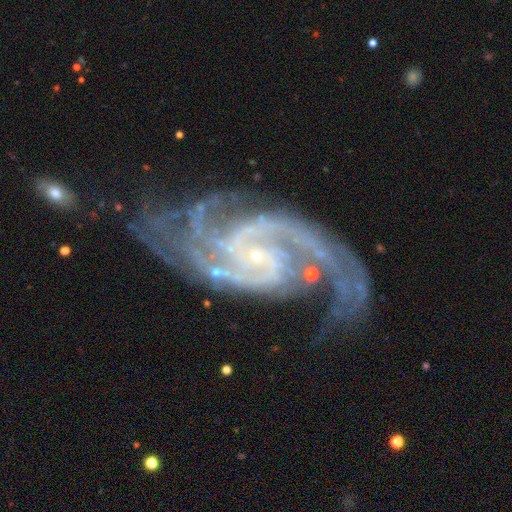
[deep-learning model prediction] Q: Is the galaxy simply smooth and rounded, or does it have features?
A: featured or disk — 93%.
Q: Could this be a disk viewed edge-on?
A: no — 98%.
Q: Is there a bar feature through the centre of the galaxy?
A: no — 57%.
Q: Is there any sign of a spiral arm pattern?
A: yes — 99%.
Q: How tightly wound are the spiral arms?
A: medium — 53%.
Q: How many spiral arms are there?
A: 2 — 48%.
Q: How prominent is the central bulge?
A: small — 88%.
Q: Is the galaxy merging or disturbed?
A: none — 55%.